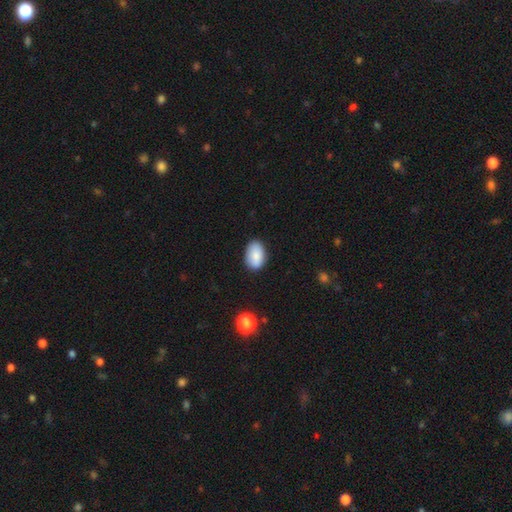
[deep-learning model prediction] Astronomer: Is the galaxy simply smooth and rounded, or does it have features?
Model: smooth — 85%.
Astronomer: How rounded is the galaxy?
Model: in between — 91%.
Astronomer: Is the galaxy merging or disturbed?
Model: none — 83%.